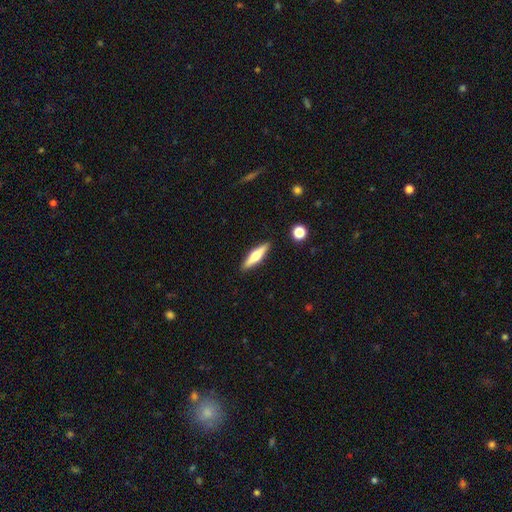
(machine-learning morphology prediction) The model was most divided on "smooth or featured": featured or disk: 48%, smooth: 46%, star or artifact: 6%. More confident: merging — none (89%).